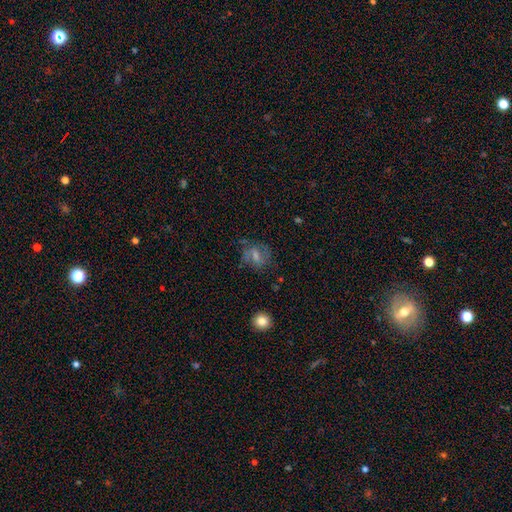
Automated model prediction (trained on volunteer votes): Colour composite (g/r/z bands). It shows a smooth galaxy with no disk features (51%) that is in between round and cigar-shaped (49%). Merging: none (59%).